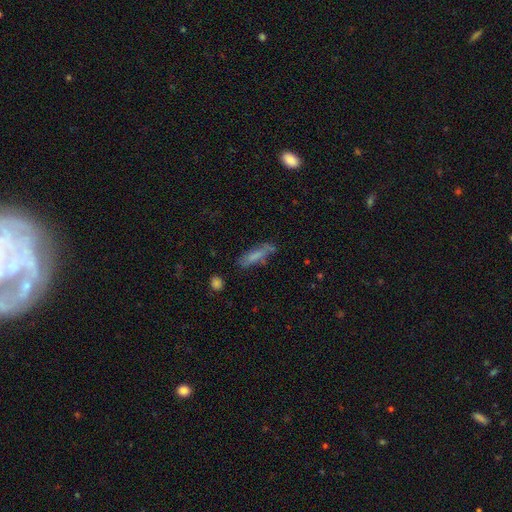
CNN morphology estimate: This is likely a smooth galaxy (68%). How rounded: likely cigar-shaped (67%). Merging: likely none (61%).